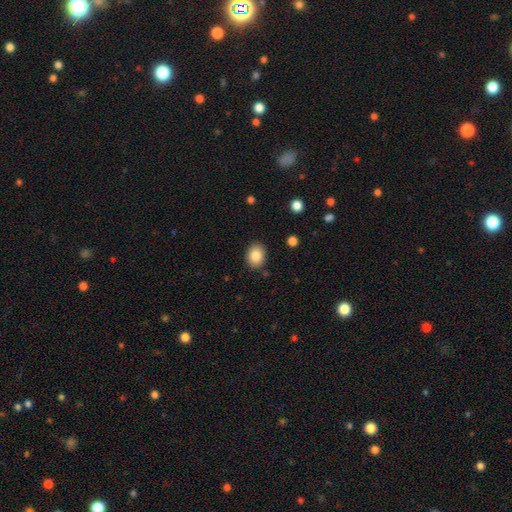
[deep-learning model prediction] smooth 84%, star or artifact 8%, featured or disk 8%. Down the decision tree: how rounded — in between (58%); merging — none (87%).